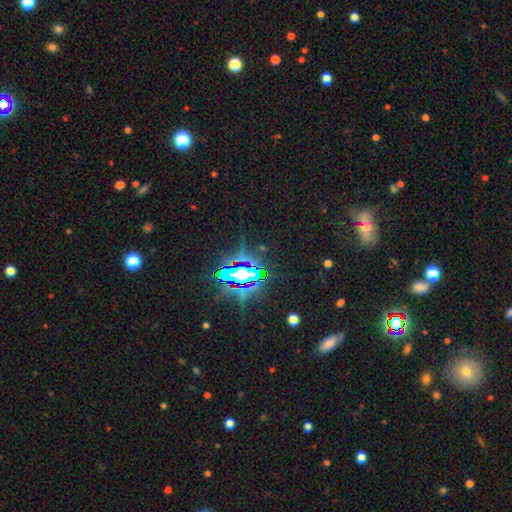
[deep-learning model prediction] smooth-or-featured: star or artifact: 83% | smooth: 9% | featured or disk: 8%